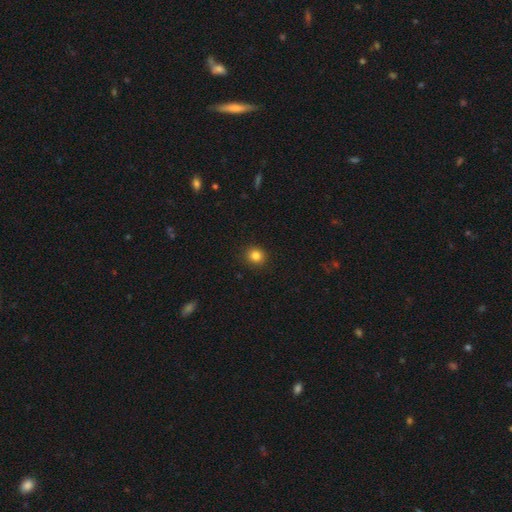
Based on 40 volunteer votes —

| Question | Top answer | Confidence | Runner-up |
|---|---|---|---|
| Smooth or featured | smooth | 85% | star or artifact (10%) |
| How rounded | round | 85% | in between (15%) |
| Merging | none | 89% | minor disturbance (8%) |